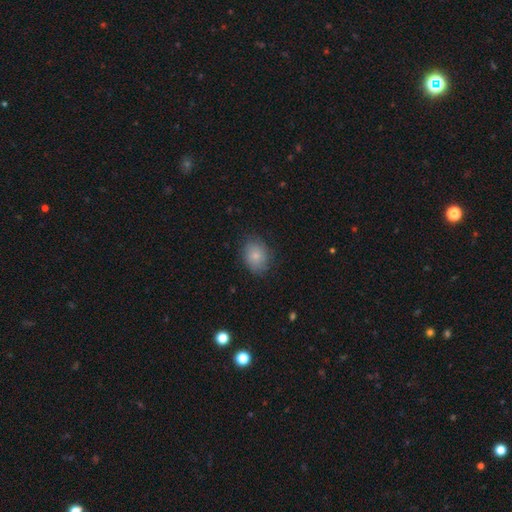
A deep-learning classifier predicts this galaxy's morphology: smooth 81%, featured or disk 11%, star or artifact 8%. Down the decision tree: how rounded — in between (50%); merging — none (79%).